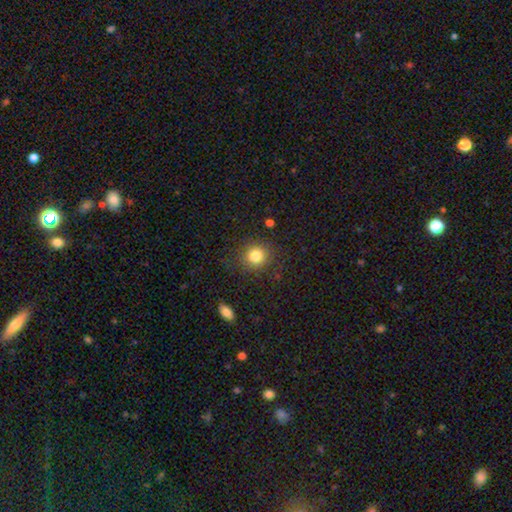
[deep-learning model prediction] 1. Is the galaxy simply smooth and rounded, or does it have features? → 83% smooth, 11% star or artifact, 6% featured or disk.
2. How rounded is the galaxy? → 88% round, 11% in between, 1% cigar-shaped.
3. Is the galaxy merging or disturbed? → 85% none, 9% minor disturbance, 4% major disturbance, 2% merger.